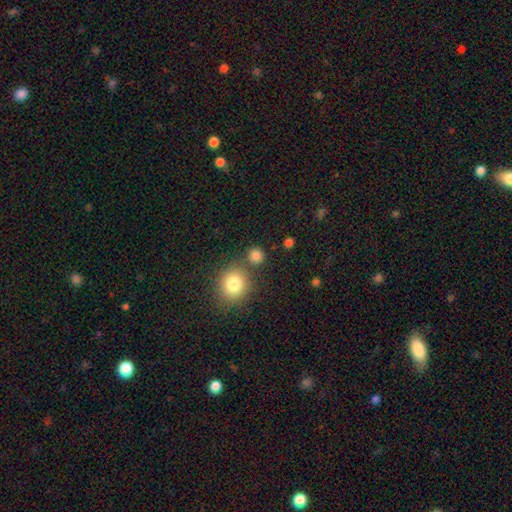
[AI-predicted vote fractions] Smooth or featured? Predicted: smooth (p=0.82). How rounded? Predicted: round (p=0.89). Merging? Predicted: none (p=0.75).